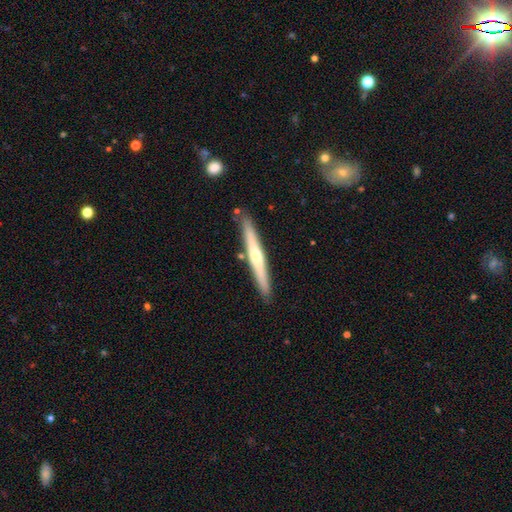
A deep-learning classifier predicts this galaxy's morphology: smooth_or_featured: featured or disk (p=0.64) [alt: smooth p=0.30]
disk_edge_on: yes (p=0.96) [alt: no p=0.04]
edge_on_bulge: rounded (p=0.74) [alt: none p=0.21]
merging: none (p=0.88) [alt: minor disturbance p=0.08]